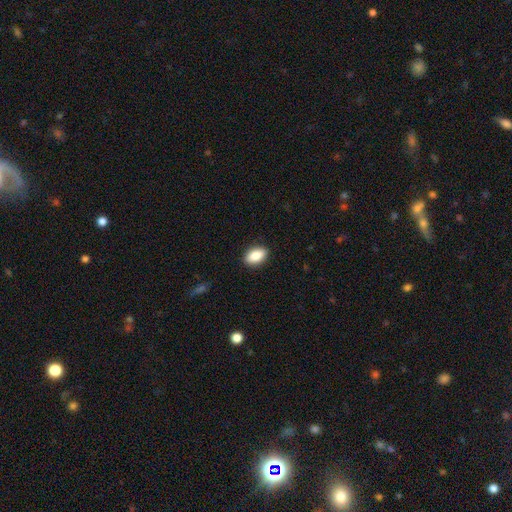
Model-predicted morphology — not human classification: A smooth galaxy with no disk features (87%) that is in between round and cigar-shaped (90%). Merging: none (89%).